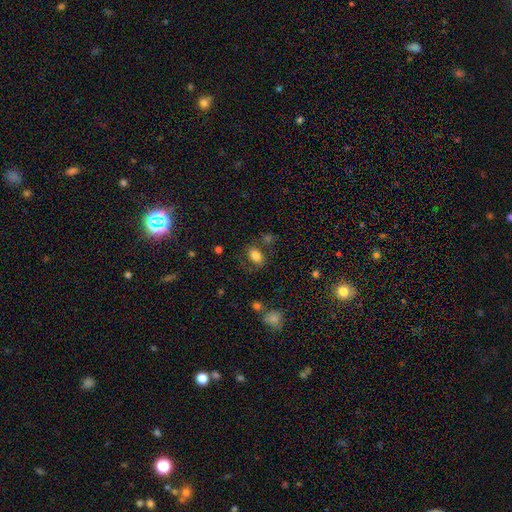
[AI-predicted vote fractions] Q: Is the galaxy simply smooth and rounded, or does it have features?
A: smooth — 78%.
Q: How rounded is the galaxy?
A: in between — 81%.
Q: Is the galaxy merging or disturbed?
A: none — 64%.